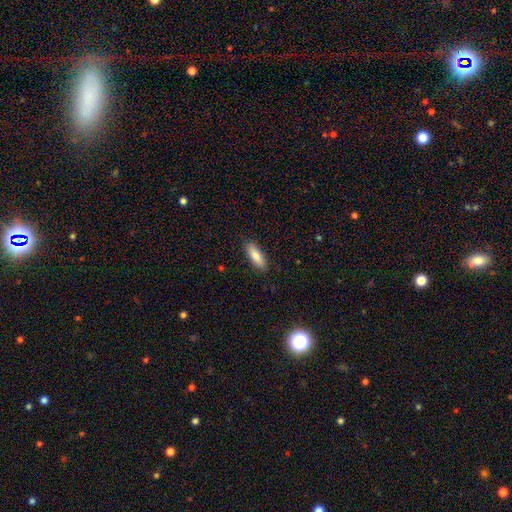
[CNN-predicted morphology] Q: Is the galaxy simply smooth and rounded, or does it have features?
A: smooth — 84%.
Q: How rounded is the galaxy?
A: in between — 63%.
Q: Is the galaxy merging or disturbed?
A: none — 87%.